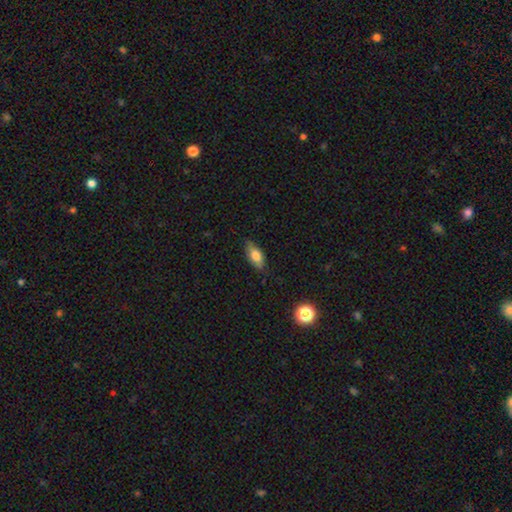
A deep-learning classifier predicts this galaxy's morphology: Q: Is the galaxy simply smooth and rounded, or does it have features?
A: smooth — 73%.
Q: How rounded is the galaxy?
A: in between — 81%.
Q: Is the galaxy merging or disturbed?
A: none — 80%.